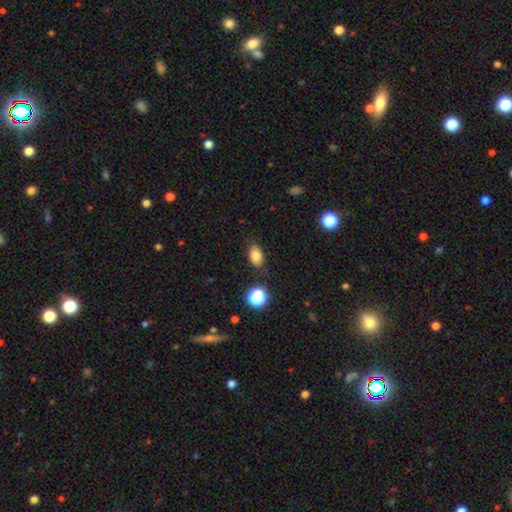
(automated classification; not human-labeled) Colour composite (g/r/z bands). It shows a smooth galaxy with no disk features (81%) that is in between round and cigar-shaped (85%). Merging: none (82%).